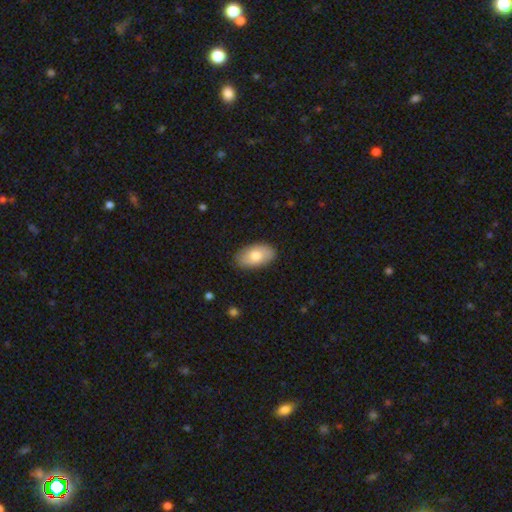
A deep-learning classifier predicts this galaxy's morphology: Smooth or featured: smooth — 77% (featured or disk — 17%)
How rounded: in between — 94% (round — 4%)
Merging: none — 85% (minor disturbance — 12%)